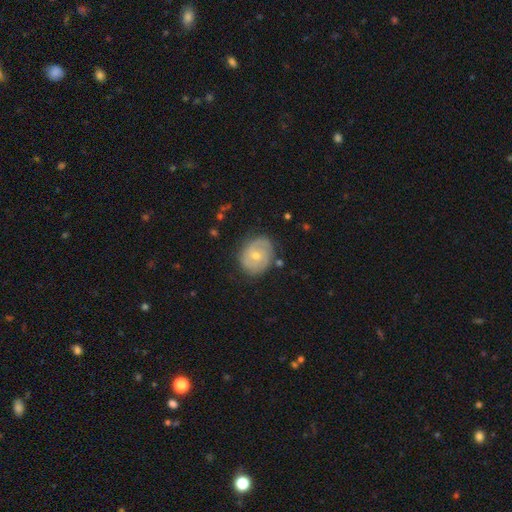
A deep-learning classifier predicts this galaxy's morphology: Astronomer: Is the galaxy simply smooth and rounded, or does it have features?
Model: featured or disk — 71%.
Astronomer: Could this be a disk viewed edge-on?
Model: no — 97%.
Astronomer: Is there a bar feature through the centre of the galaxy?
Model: no — 69%.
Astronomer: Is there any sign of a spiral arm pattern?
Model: yes — 87%.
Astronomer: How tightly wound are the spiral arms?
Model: tight — 57% (runner-up: medium, 33%).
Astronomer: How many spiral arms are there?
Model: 2 — 50%.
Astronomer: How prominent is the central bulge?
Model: moderate — 54% (runner-up: small, 42%).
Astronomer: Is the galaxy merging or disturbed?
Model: none — 75%.